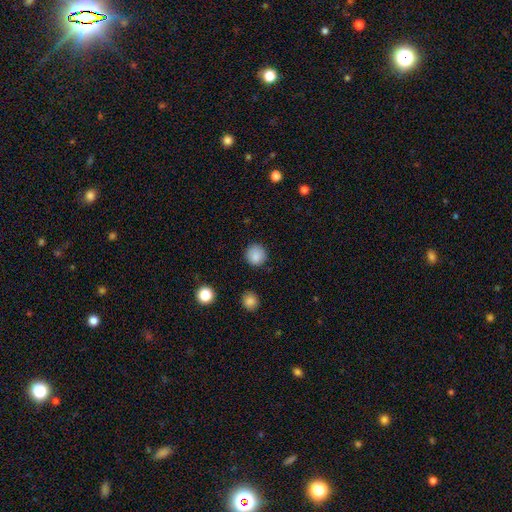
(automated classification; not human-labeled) smooth_or_featured: smooth (p=0.87) [alt: star or artifact p=0.09]
how_rounded: round (p=0.94) [alt: in between p=0.05]
merging: none (p=0.89) [alt: minor disturbance p=0.07]